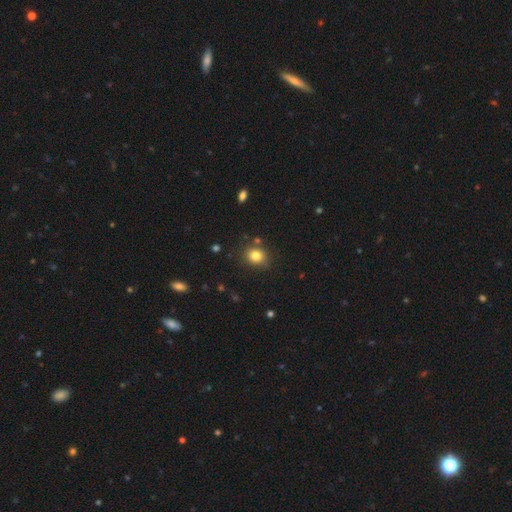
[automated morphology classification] This appears to be a smooth galaxy with no disk features (80%) that is round (69%). Merging: none (81%).